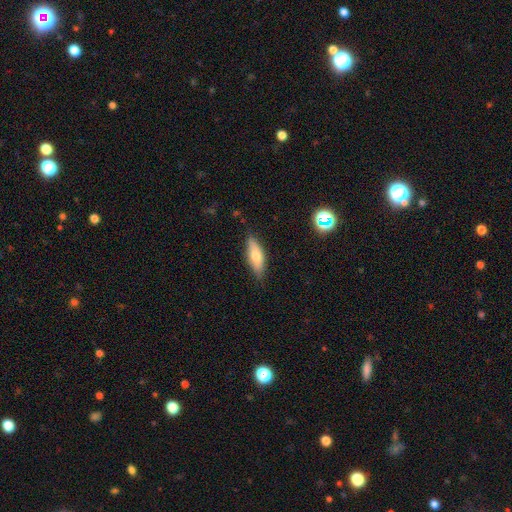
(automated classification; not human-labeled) Smooth or featured? Predicted: smooth (p=0.67). How rounded? Predicted: in between (p=0.57). Merging? Predicted: none (p=0.82).